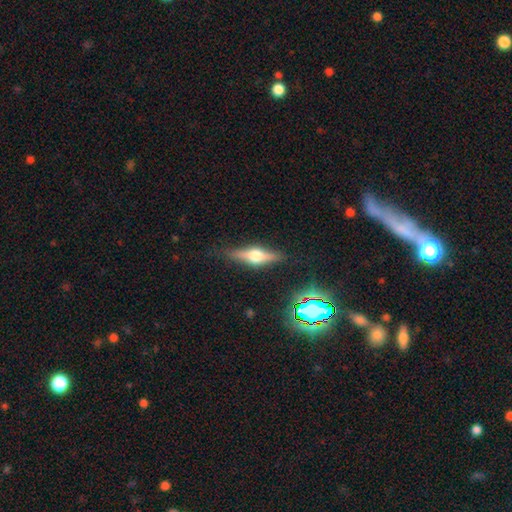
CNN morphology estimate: Q: Smooth or featured?
A: featured or disk (67%); runner-up: smooth (25%)
Q: Edge-on disk?
A: yes (96%); runner-up: no (4%)
Q: Edge-on bulge?
A: rounded (95%); runner-up: boxy (4%)
Q: Merging?
A: none (86%); runner-up: minor disturbance (10%)